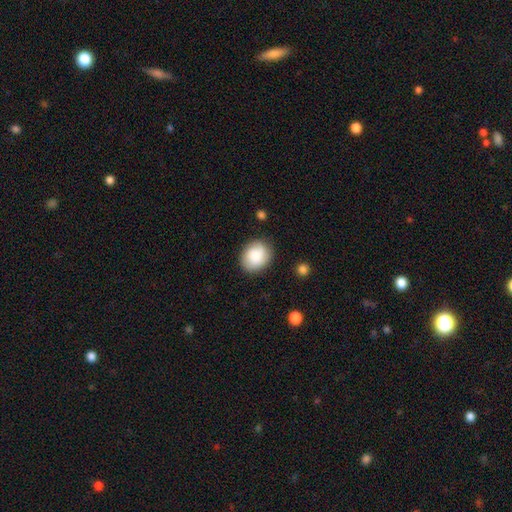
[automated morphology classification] Q: Smooth or featured?
A: smooth (83%); runner-up: featured or disk (10%)
Q: How rounded?
A: round (54%); runner-up: in between (45%)
Q: Merging?
A: none (83%); runner-up: minor disturbance (12%)